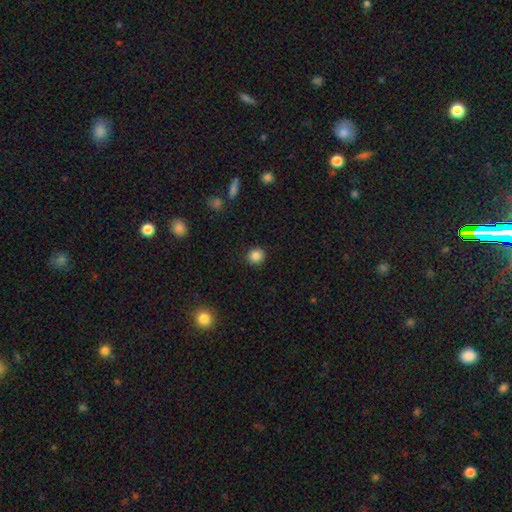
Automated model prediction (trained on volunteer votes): Morphology: type=smooth (86%); roundness=round (90%); merging=none (91%).